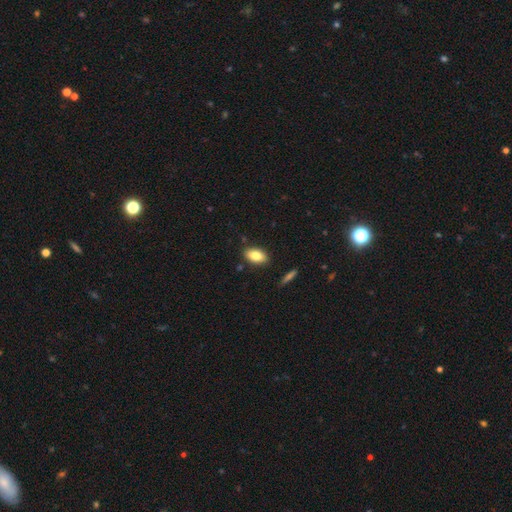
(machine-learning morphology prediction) smooth 82%, featured or disk 10%, star or artifact 7%. Down the decision tree: how rounded — in between (91%); merging — none (87%).